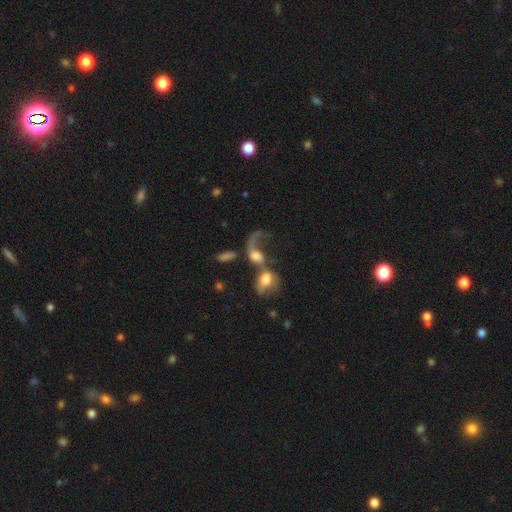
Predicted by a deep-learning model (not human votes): featured or disk 48%, smooth 42%, star or artifact 11%. Down the decision tree: merging — merger (65%).